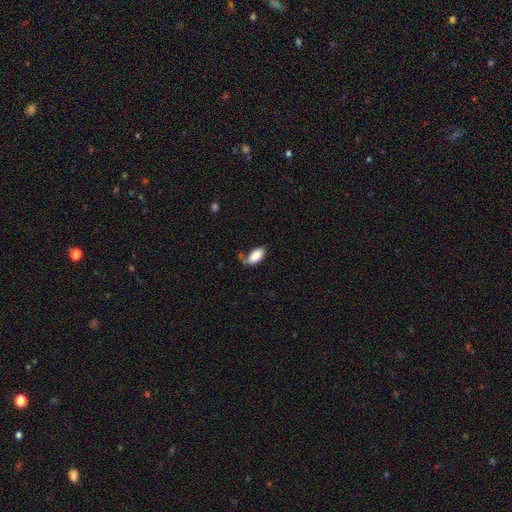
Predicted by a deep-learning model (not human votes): Smooth or featured?
  - smooth: 87% *
  - star or artifact: 7%
  - featured or disk: 6%
How rounded?
  - in between: 94% *
  - cigar-shaped: 4%
  - round: 3%
Merging?
  - none: 55% *
  - minor disturbance: 28%
  - major disturbance: 9%
  - merger: 8%